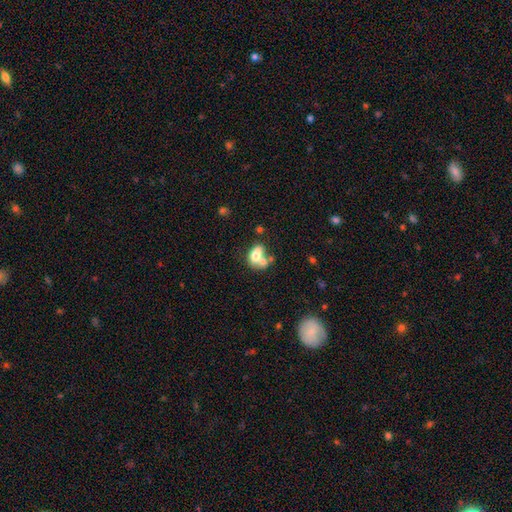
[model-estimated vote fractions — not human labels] A smooth galaxy with no disk features (68%) that is in between round and cigar-shaped (79%). Merging: merger (54%).